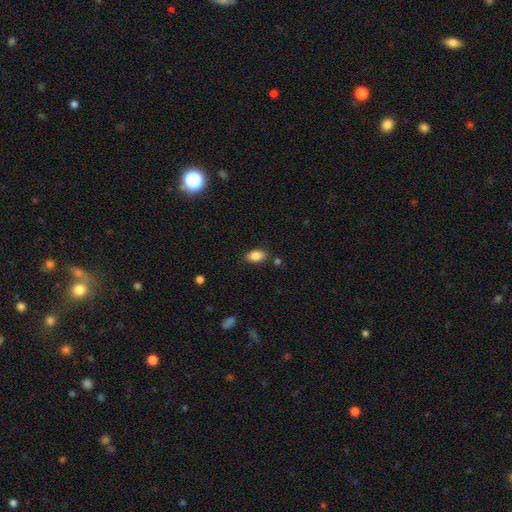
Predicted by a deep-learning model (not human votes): Smooth or featured? smooth (86%)
How rounded? in between (88%)
Merging? none (82%)